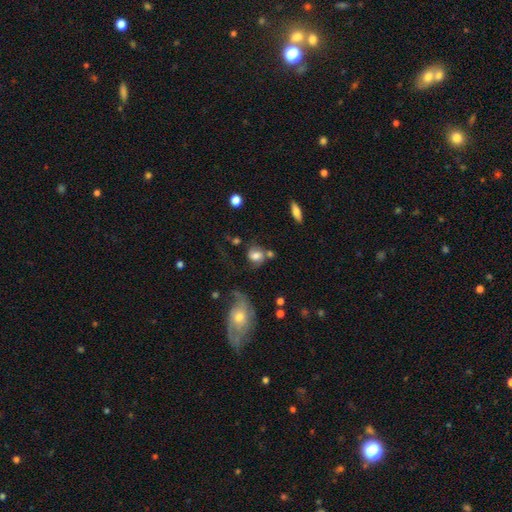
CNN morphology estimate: Smooth or featured? Predicted: smooth (p=0.63). How rounded? Predicted: round (p=0.63). Merging? Predicted: none (p=0.48).